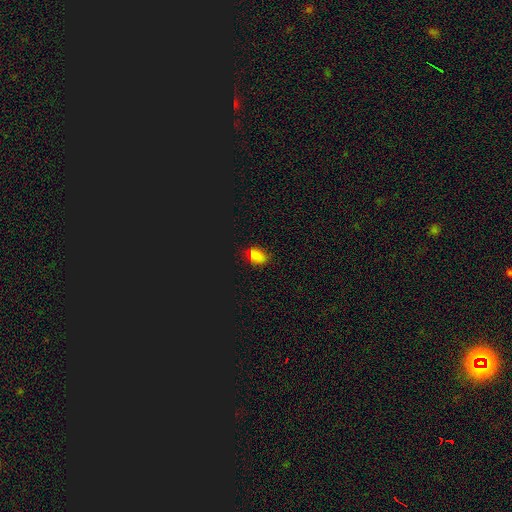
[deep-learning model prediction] This appears to be a smooth galaxy with no disk features (68%) that is in between round and cigar-shaped (75%). Merging: none (72%).